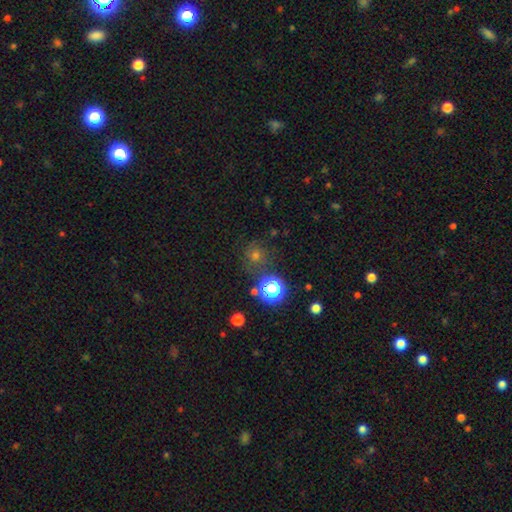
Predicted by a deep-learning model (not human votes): Smooth or featured? Predicted: smooth (p=0.54). How rounded? Predicted: round (p=0.90). Merging? Predicted: none (p=0.77).